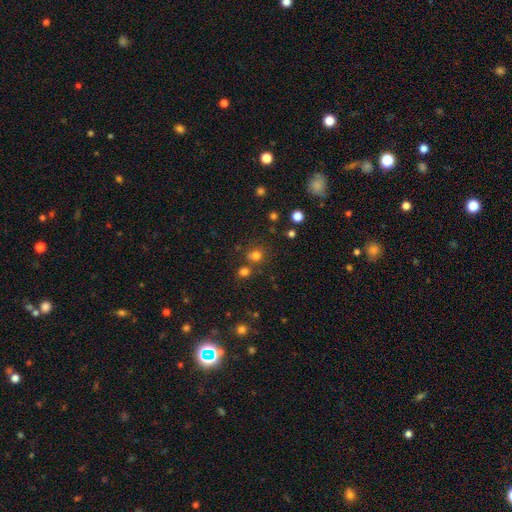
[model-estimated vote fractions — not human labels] A smooth galaxy with no disk features (76%) that is round (79%). Merging: none (68%).